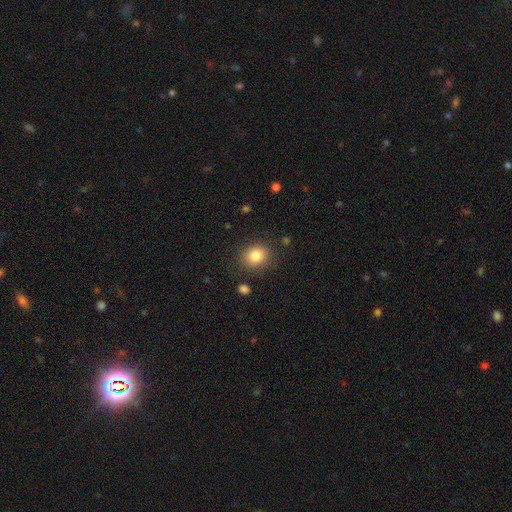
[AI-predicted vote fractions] smooth-or-featured: smooth: 84% | star or artifact: 10% | featured or disk: 7%
  how-rounded: round: 67% | in between: 33% | cigar-shaped: 1%
  merging: none: 84% | minor disturbance: 10% | major disturbance: 4% | merger: 2%